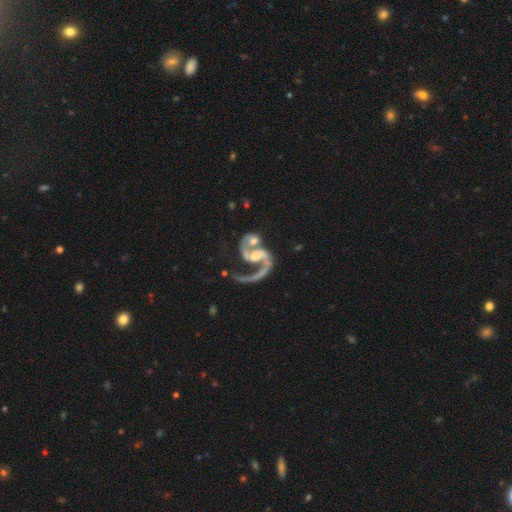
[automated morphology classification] Smooth or featured? Predicted: featured or disk (p=0.88). Edge-on disk? Predicted: no (p=0.98). Bar? Predicted: no (p=0.43). Spiral arms? Predicted: yes (p=0.94). Spiral winding? Predicted: loose (p=0.48). Spiral arm count? Predicted: 2 (p=0.51). Bulge size? Predicted: moderate (p=0.40). Merging? Predicted: merger (p=0.34).